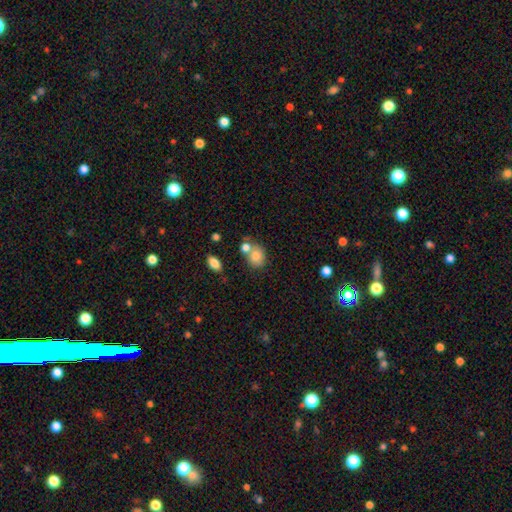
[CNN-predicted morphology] This is likely a smooth galaxy (80%). How rounded: possibly round (54%). Merging: possibly none (48%).